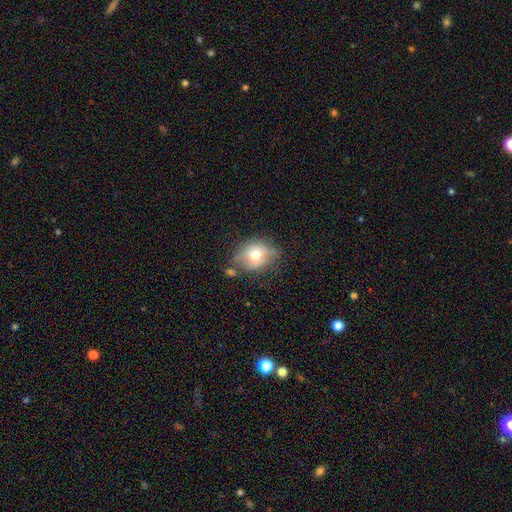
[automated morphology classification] A smooth galaxy with no disk features (62%) that is in between round and cigar-shaped (49%, tied with round).

Vote fractions:
- Smooth or featured? smooth: 62% / featured or disk: 28% / star or artifact: 10%
- How rounded? in between: 49% (tied) / round: 49% (tied) / cigar-shaped: 2%
- Merging? none: 60% / minor disturbance: 24% / major disturbance: 8% / merger: 7%